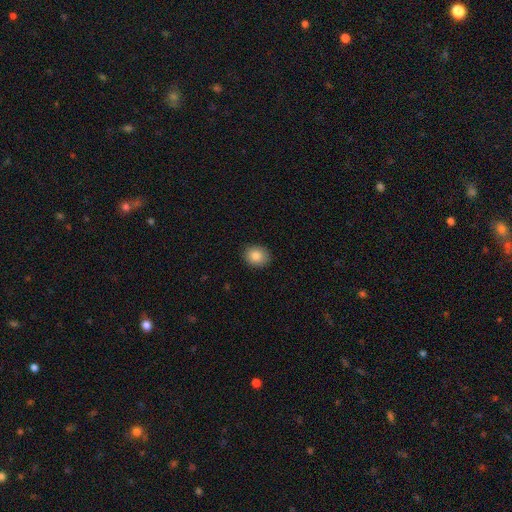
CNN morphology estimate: A smooth galaxy with no disk features (85%) that is round (63%).

Vote fractions:
- Smooth or featured? smooth: 85% / star or artifact: 9% / featured or disk: 6%
- How rounded? round: 63% / in between: 36% / cigar-shaped: 1%
- Merging? none: 88% / minor disturbance: 9% / major disturbance: 2% / merger: 1%